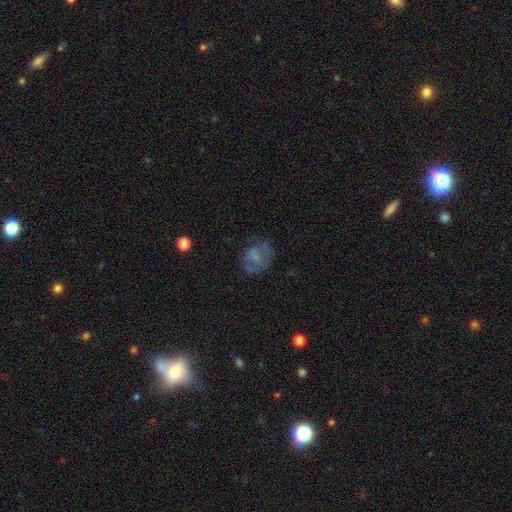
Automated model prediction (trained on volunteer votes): The model was most divided on "smooth or featured" (2-way tie): featured or disk: 44%, smooth: 44%, star or artifact: 12%. More confident: merging — none (54%).